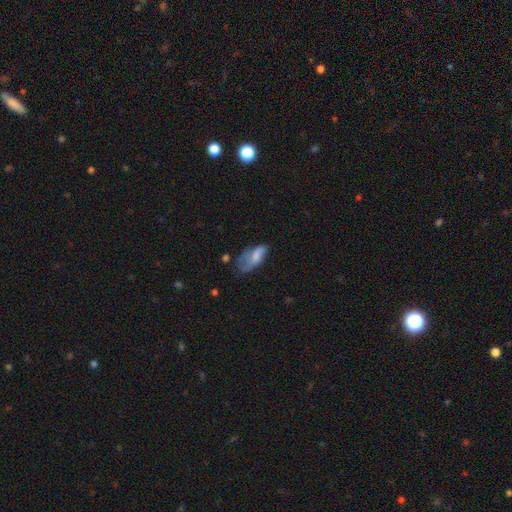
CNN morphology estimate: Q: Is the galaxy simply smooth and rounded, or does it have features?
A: smooth — 62%.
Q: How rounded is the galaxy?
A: in between — 86%.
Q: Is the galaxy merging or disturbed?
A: major disturbance — 34%.